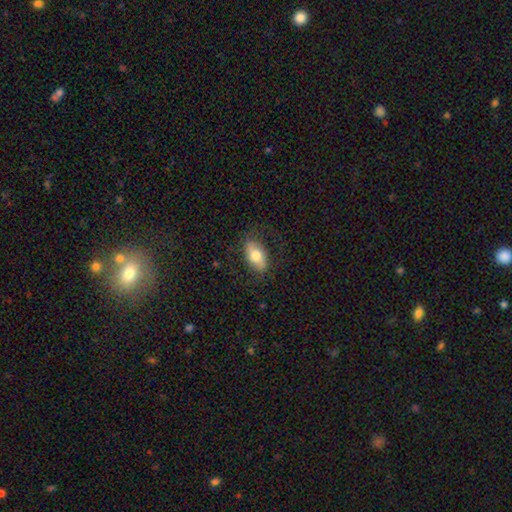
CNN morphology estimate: Smooth or featured?
  - smooth: 69% *
  - featured or disk: 24%
  - star or artifact: 7%
How rounded?
  - in between: 91% *
  - round: 6%
  - cigar-shaped: 3%
Merging?
  - none: 78% *
  - minor disturbance: 15%
  - major disturbance: 7%
  - merger: 1%